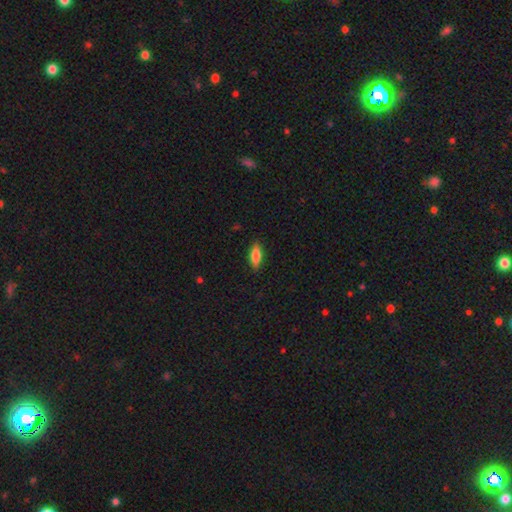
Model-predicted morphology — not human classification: This is likely a smooth galaxy (76%). How rounded: likely in between (67%). Merging: clearly none (87%).